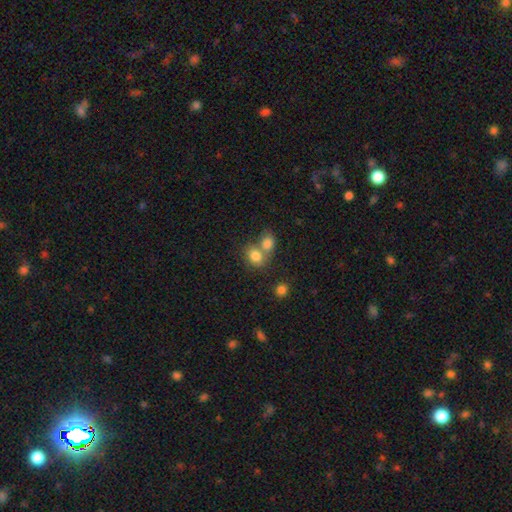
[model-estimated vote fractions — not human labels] smooth_or_featured: smooth (p=0.80) [alt: star or artifact p=0.11]
how_rounded: round (p=0.51) [alt: in between p=0.48]
merging: merger (p=0.55) [alt: none p=0.34]